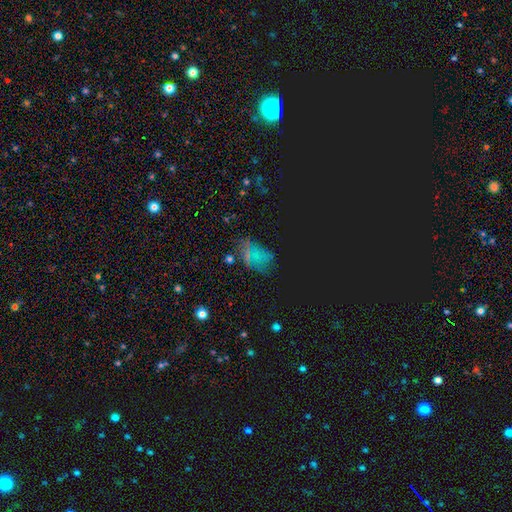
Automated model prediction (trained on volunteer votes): A star or artifact, not a galaxy (50%).

Vote fractions:
- Smooth or featured? star or artifact: 50% / smooth: 38% / featured or disk: 12%